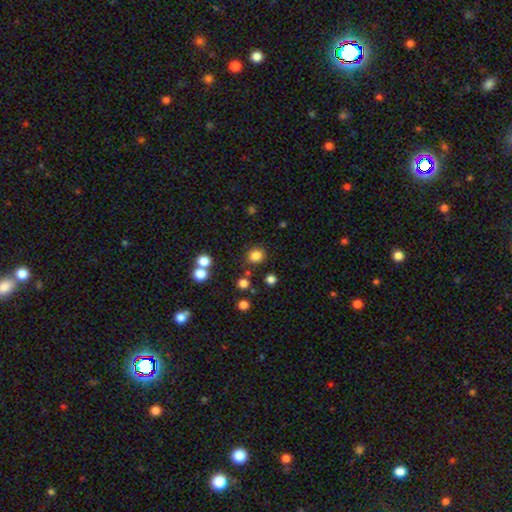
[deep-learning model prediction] The model was most divided on "smooth or featured": smooth: 81%, star or artifact: 14%, featured or disk: 5%. More confident: how rounded — round (89%); merging — none (85%).